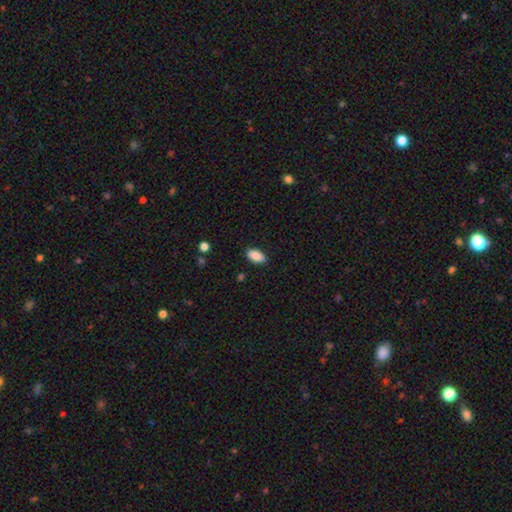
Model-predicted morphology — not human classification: The model was most divided on "merging": none: 88%, minor disturbance: 9%, major disturbance: 2%, merger: 1%. More confident: how rounded — in between (93%); smooth or featured — smooth (89%).